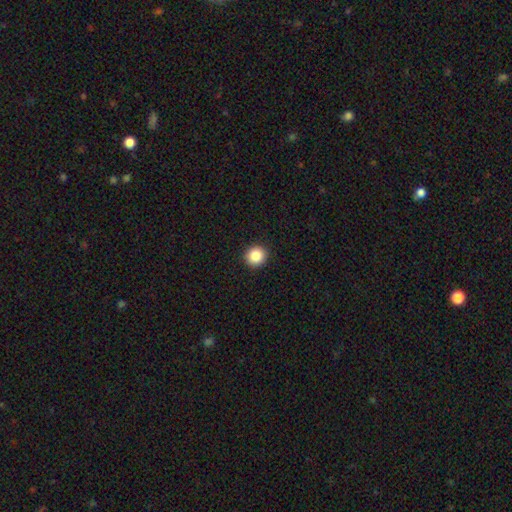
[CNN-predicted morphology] A smooth galaxy with no disk features (87%) that is round (91%). Merging: none (93%).